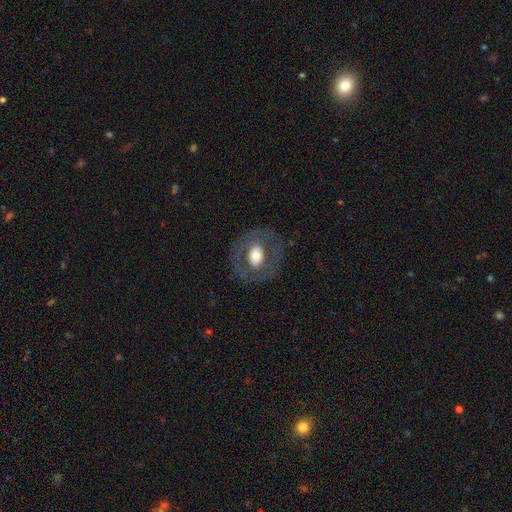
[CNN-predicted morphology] A smooth galaxy with no disk features (47%).

Vote fractions:
- Smooth or featured? smooth: 47% / featured or disk: 45% / star or artifact: 7%
- Merging? none: 77% / minor disturbance: 12% / major disturbance: 10% / merger: 1%